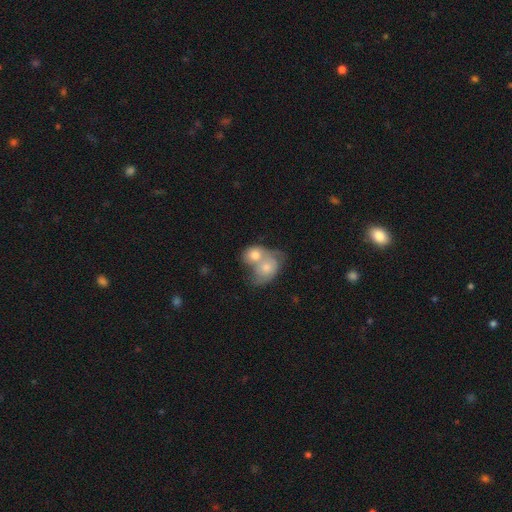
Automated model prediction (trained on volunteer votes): Smooth or featured: smooth — 61% (featured or disk — 31%)
How rounded: round — 57% (in between — 42%)
Merging: merger — 75% (none — 15%)